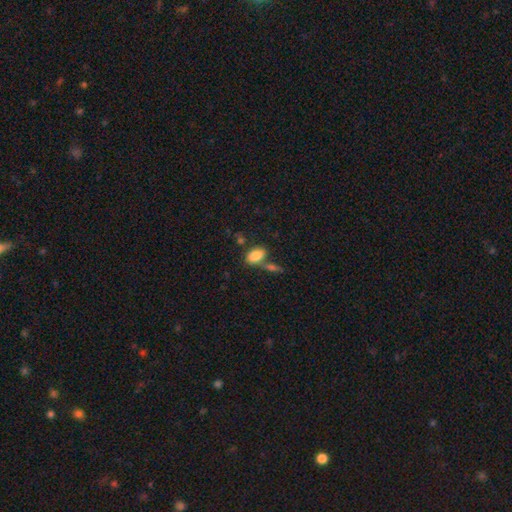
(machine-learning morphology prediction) A smooth galaxy with no disk features (84%) that is in between round and cigar-shaped (92%). Merging: none (53%).